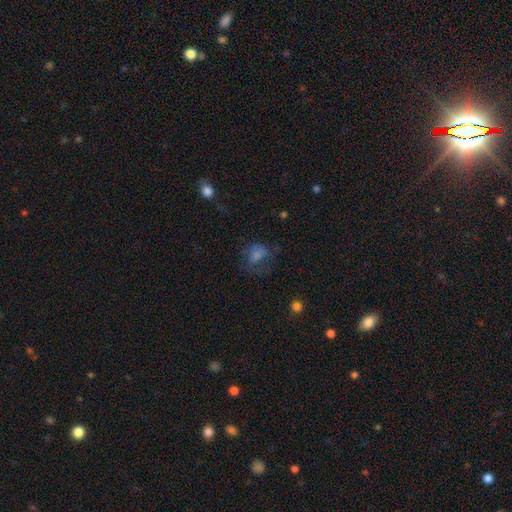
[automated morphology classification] A smooth galaxy with no disk features (52%) that is in between round and cigar-shaped (57%).

Vote fractions:
- Smooth or featured? smooth: 52% / featured or disk: 28% / star or artifact: 20%
- How rounded? in between: 57% / round: 41% / cigar-shaped: 2%
- Merging? none: 47% / major disturbance: 28% / minor disturbance: 22% / merger: 2%